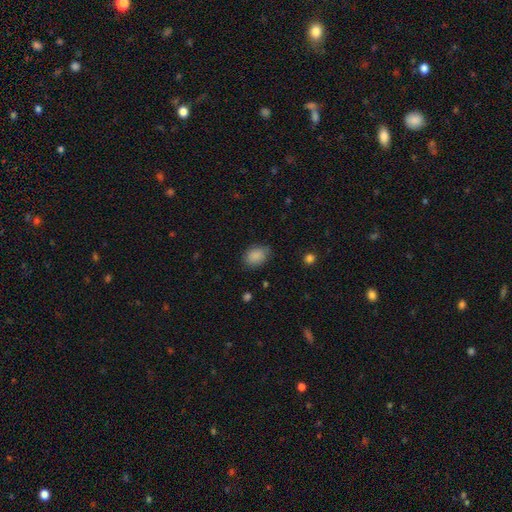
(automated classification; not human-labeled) Smooth or featured? Predicted: smooth (p=0.88). How rounded? Predicted: in between (p=0.69). Merging? Predicted: none (p=0.78).